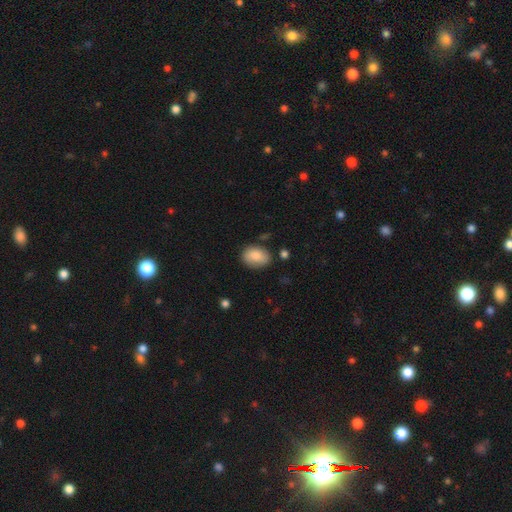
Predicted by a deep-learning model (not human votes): A smooth galaxy with no disk features (84%) that is in between round and cigar-shaped (74%). Merging: none (77%).